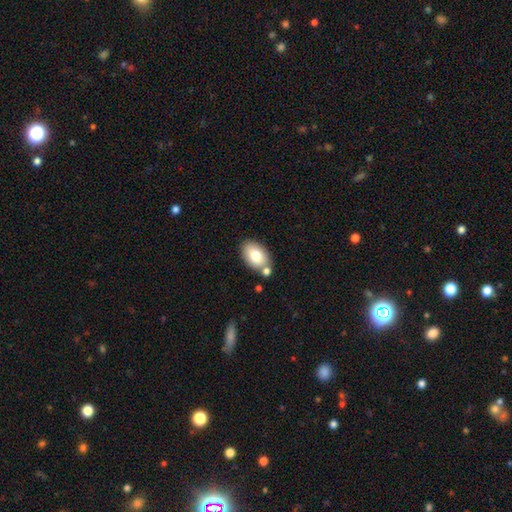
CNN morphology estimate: Smooth or featured? Predicted: smooth (p=0.76). How rounded? Predicted: in between (p=0.88). Merging? Predicted: none (p=0.70).